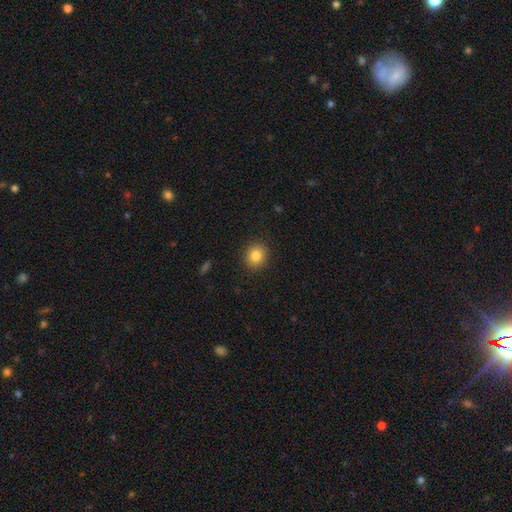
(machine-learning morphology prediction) Smooth or featured? Predicted: smooth (p=0.84). How rounded? Predicted: round (p=0.77). Merging? Predicted: none (p=0.90).